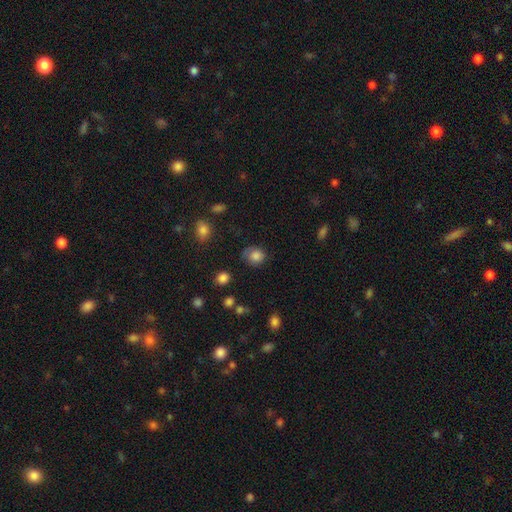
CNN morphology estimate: smooth-or-featured: smooth: 82% | star or artifact: 10% | featured or disk: 8%
  how-rounded: round: 74% | in between: 25% | cigar-shaped: 1%
  merging: none: 63% | minor disturbance: 25% | major disturbance: 9% | merger: 3%